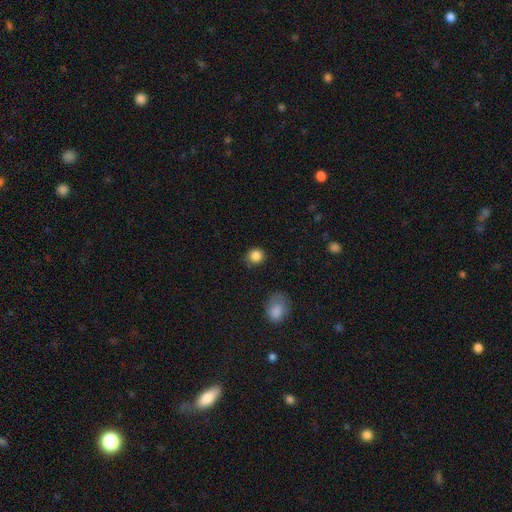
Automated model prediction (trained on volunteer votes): Q: Smooth or featured?
A: smooth (85%); runner-up: star or artifact (10%)
Q: How rounded?
A: round (80%); runner-up: in between (19%)
Q: Merging?
A: none (82%); runner-up: minor disturbance (14%)